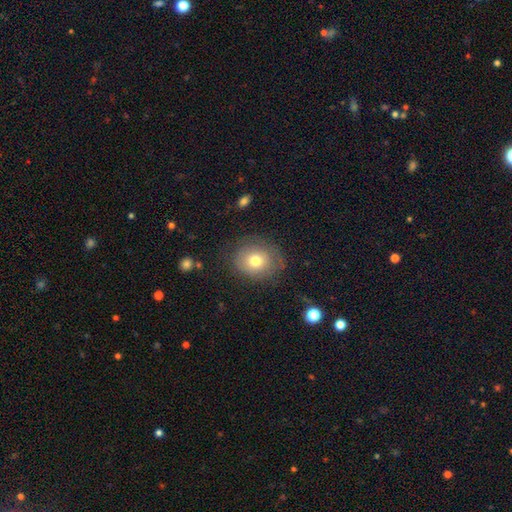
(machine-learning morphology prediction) Smooth or featured? smooth (60%)
How rounded? round (70%)
Merging? none (87%)